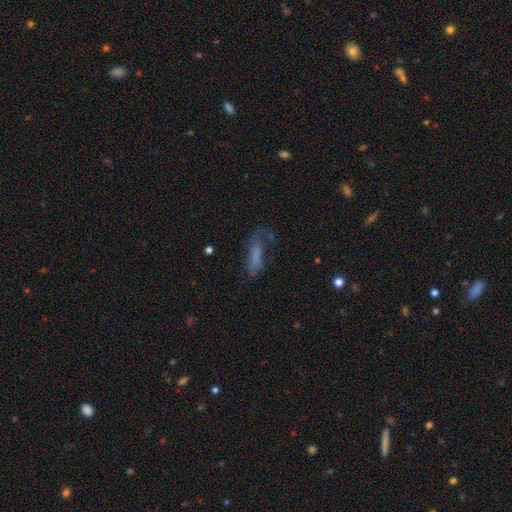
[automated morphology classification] smooth-or-featured: smooth: 54% | featured or disk: 34% | star or artifact: 12%
  how-rounded: in between: 54% | cigar-shaped: 43% | round: 3%
  merging: none: 40% | major disturbance: 33% | minor disturbance: 23% | merger: 4%